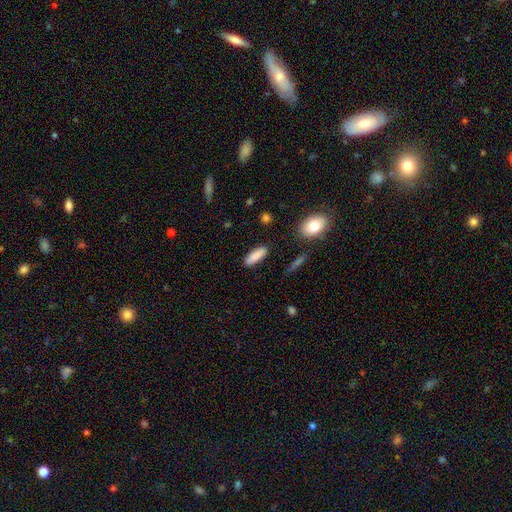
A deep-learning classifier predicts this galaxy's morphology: The model was most divided on "how rounded": in between: 56%, cigar-shaped: 42%, round: 2%. More confident: merging — none (88%); smooth or featured — smooth (88%).